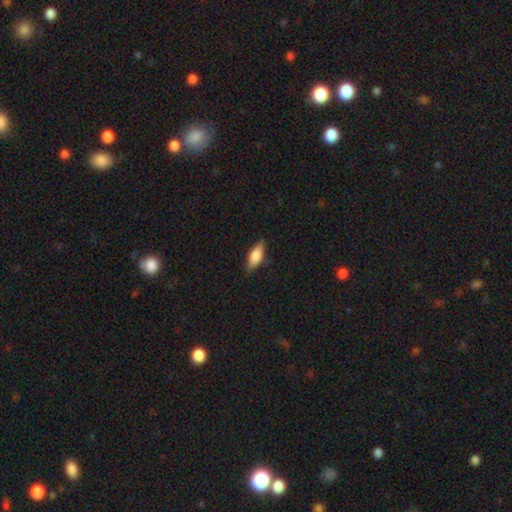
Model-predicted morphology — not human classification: A smooth galaxy with no disk features (81%) that is in between round and cigar-shaped (75%).

Vote fractions:
- Smooth or featured? smooth: 81% / featured or disk: 13% / star or artifact: 6%
- How rounded? in between: 75% / cigar-shaped: 22% / round: 2%
- Merging? none: 83% / minor disturbance: 14% / major disturbance: 2% / merger: 1%